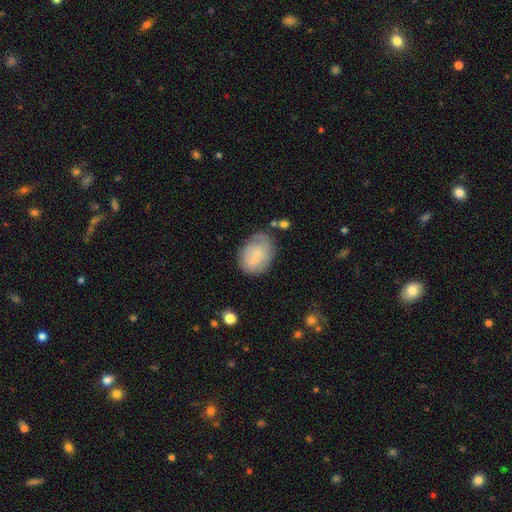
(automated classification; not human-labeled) A smooth galaxy with no disk features (65%) that is in between round and cigar-shaped (67%).

Vote fractions:
- Smooth or featured? smooth: 65% / featured or disk: 27% / star or artifact: 8%
- How rounded? in between: 67% / round: 32% / cigar-shaped: 1%
- Merging? none: 51% / minor disturbance: 28% / merger: 11% / major disturbance: 10%